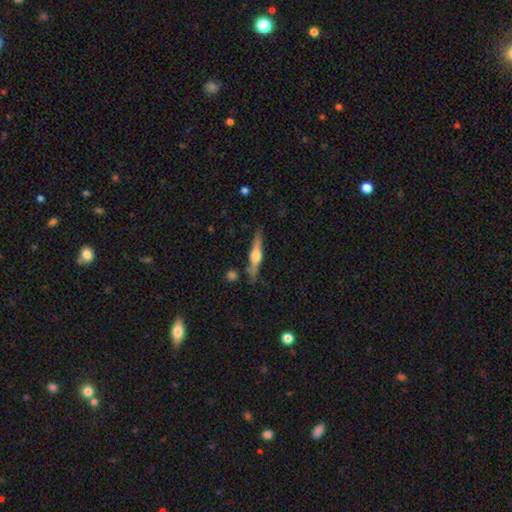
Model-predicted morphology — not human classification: A featured or disk galaxy (67%) viewed edge-on (97%) with a rounded central bulge (92%).

Vote fractions:
- Smooth or featured? featured or disk: 67% / smooth: 27% / star or artifact: 6%
- Edge-on disk? yes: 97% / no: 3%
- Edge-on bulge? rounded: 92% / boxy: 5% / none: 3%
- Merging? none: 82% / minor disturbance: 11% / merger: 4% / major disturbance: 2%